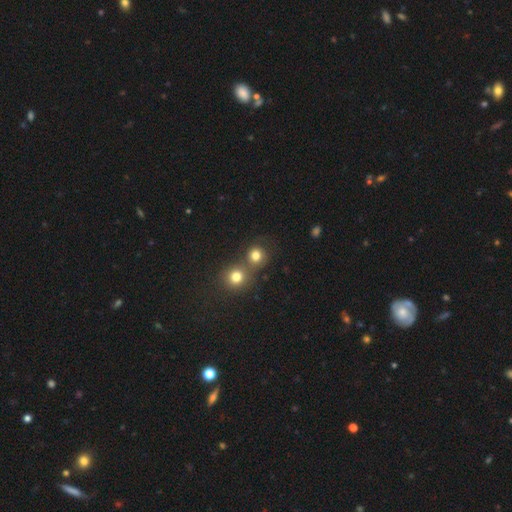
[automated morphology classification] Smooth or featured?
  - smooth: 78% *
  - star or artifact: 13%
  - featured or disk: 9%
How rounded?
  - round: 87% *
  - in between: 12%
  - cigar-shaped: 1%
Merging?
  - none: 52% *
  - merger: 36%
  - minor disturbance: 8%
  - major disturbance: 4%